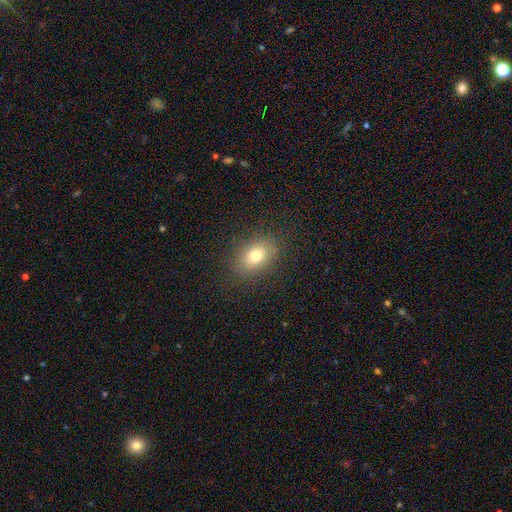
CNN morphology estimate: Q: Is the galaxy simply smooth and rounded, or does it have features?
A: smooth — 77%.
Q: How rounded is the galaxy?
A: in between — 77%.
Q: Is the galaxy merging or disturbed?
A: none — 86%.